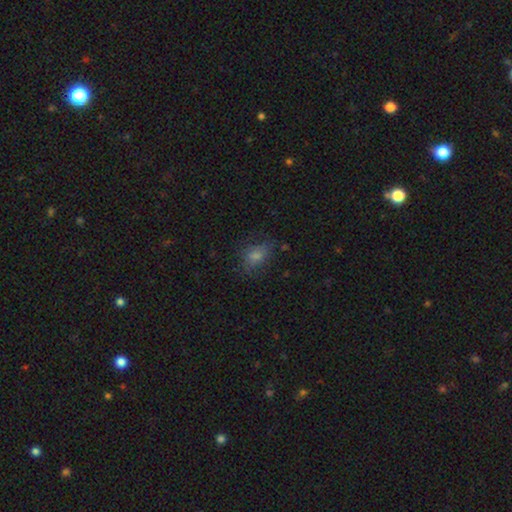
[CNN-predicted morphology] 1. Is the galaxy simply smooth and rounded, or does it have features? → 67% smooth, 19% star or artifact, 14% featured or disk.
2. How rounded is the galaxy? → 71% in between, 25% round, 4% cigar-shaped.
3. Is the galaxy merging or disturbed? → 67% none, 21% minor disturbance, 10% major disturbance, 2% merger.